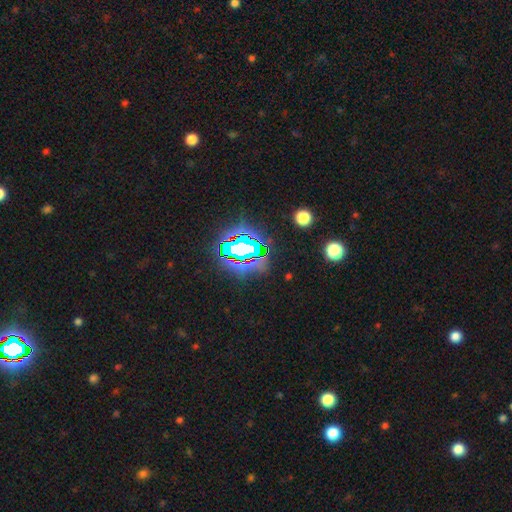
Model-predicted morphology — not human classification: Q: Smooth or featured?
A: star or artifact (82%); runner-up: smooth (11%)